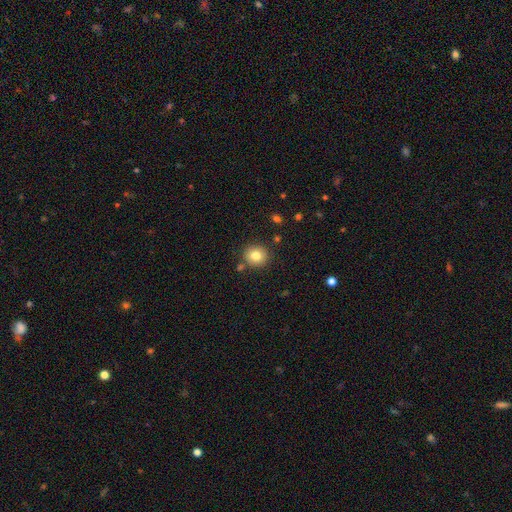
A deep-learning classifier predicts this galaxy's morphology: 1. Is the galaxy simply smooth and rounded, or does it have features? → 80% smooth, 11% star or artifact, 9% featured or disk.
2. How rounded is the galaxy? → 88% round, 11% in between, 1% cigar-shaped.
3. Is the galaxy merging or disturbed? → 84% none, 8% minor disturbance, 5% merger, 2% major disturbance.